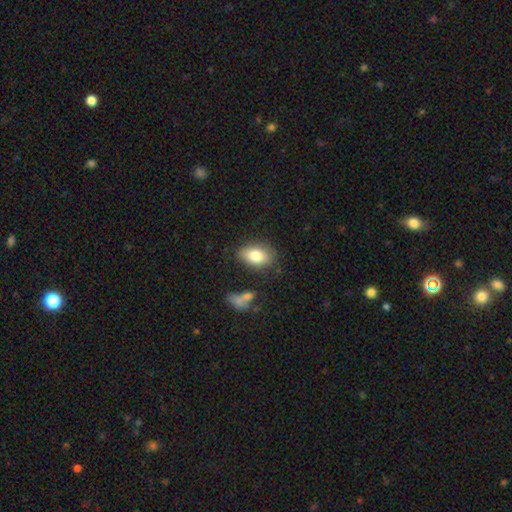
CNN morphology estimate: The model was most divided on "merging": none: 77%, minor disturbance: 15%, major disturbance: 4%, merger: 4%. More confident: how rounded — in between (88%); smooth or featured — smooth (81%).